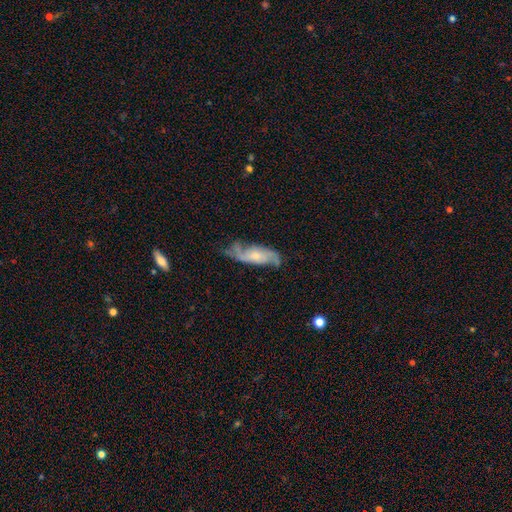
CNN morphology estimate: This appears to be a featured or disk galaxy (75%) with no bar (69%), 2 (72%) loose (40%, tied with medium) spiral arms (92%) and a small central bulge (58%). Merging: none (59%).